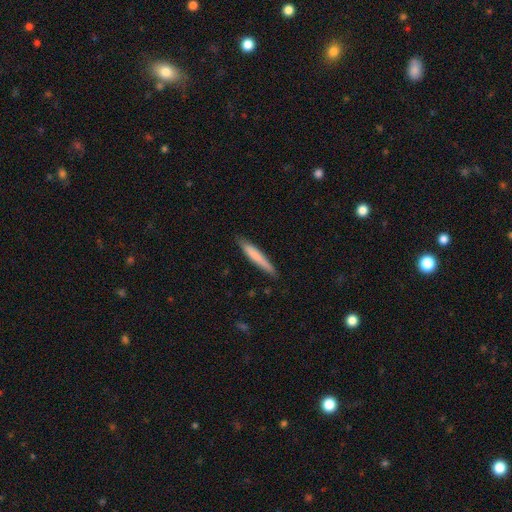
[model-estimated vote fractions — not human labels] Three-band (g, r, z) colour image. It shows a smooth galaxy with no disk features (74%) that is cigar-shaped (94%). Merging: none (85%).